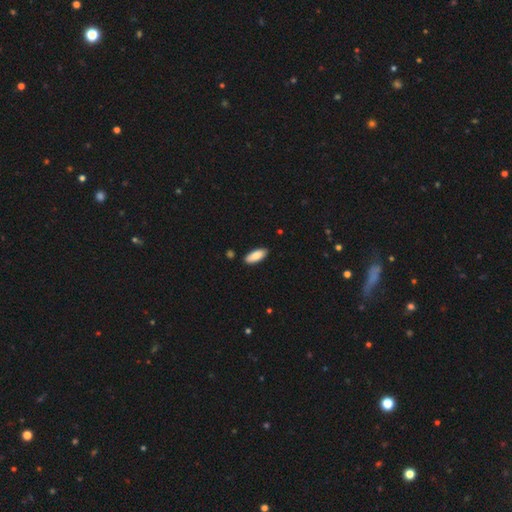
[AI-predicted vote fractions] The model was most divided on "how rounded": in between: 81%, cigar-shaped: 17%, round: 2%. More confident: merging — none (88%); smooth or featured — smooth (86%).